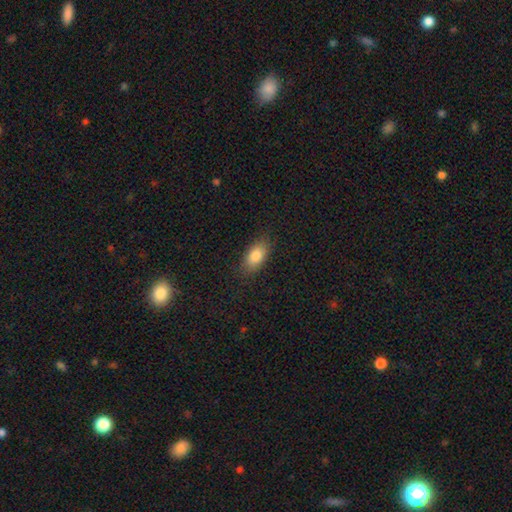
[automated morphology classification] smooth-or-featured: smooth: 83% | featured or disk: 10% | star or artifact: 8%
  how-rounded: in between: 89% | round: 6% | cigar-shaped: 5%
  merging: none: 84% | minor disturbance: 12% | major disturbance: 3% | merger: 1%